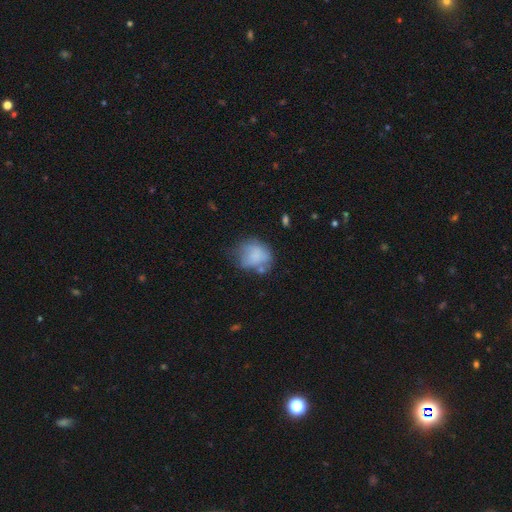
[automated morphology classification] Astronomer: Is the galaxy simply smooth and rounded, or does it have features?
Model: smooth — 68%.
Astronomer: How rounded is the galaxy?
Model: round — 60% (runner-up: in between, 39%).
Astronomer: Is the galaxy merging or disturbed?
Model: none — 40% (runner-up: minor disturbance, 31%).